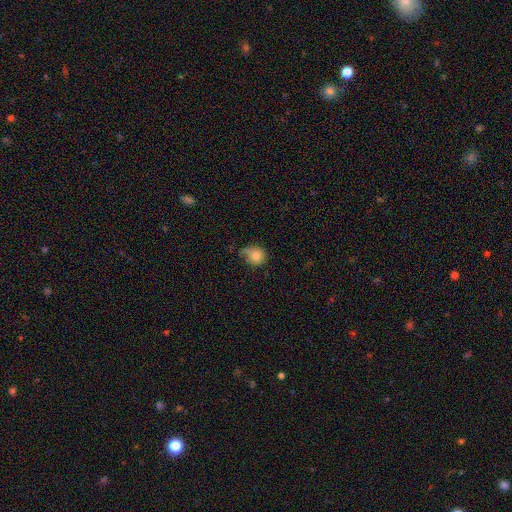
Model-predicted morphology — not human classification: The model was most divided on "merging": none: 46%, minor disturbance: 32%, major disturbance: 17%, merger: 4%. More confident: how rounded — round (78%); smooth or featured — smooth (77%).